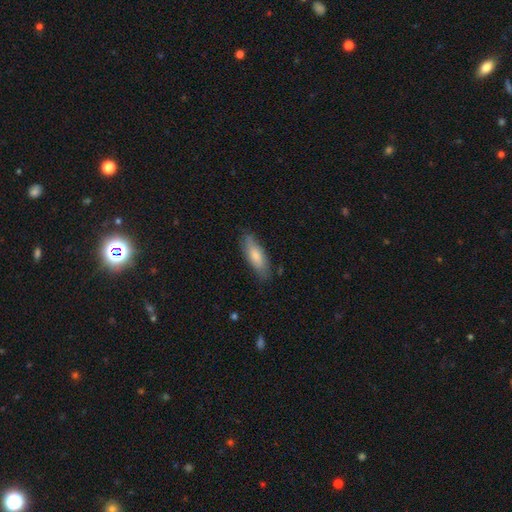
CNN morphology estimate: smooth_or_featured: smooth (p=0.77) [alt: featured or disk p=0.18]
how_rounded: in between (p=0.64) [alt: cigar-shaped p=0.34]
merging: none (p=0.77) [alt: minor disturbance p=0.18]